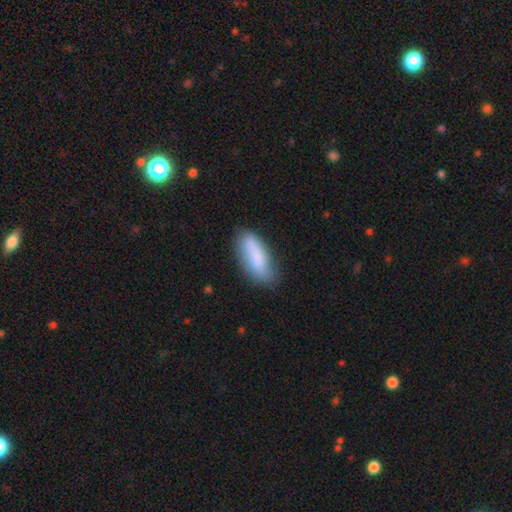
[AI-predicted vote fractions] This is clearly a smooth galaxy (81%). How rounded: likely in between (75%). Merging: likely none (70%).